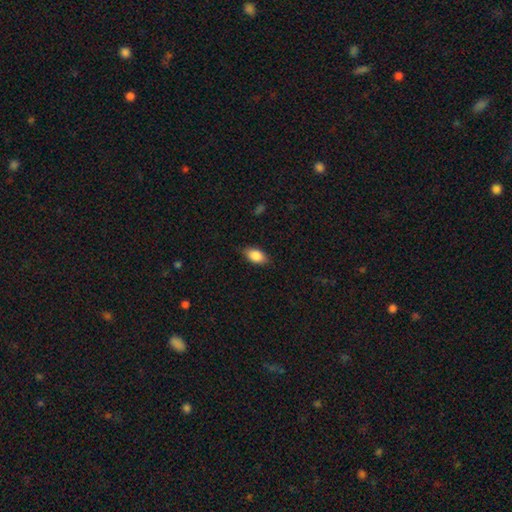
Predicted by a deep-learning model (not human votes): Morphology: type=smooth (86%); roundness=in between (91%); merging=none (83%).